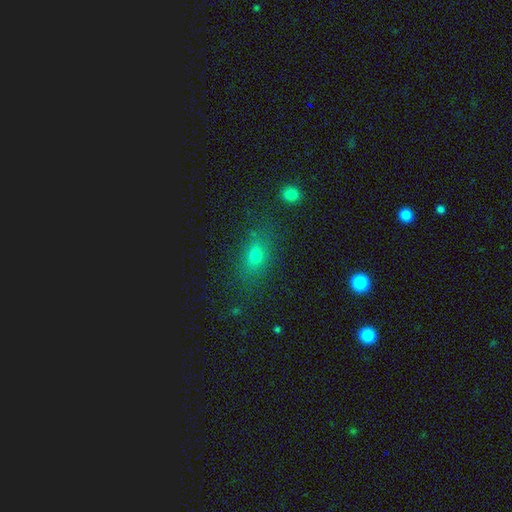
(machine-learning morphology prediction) The model was most divided on "how rounded": in between: 68%, round: 24%, cigar-shaped: 8%. More confident: merging — none (75%); smooth or featured — smooth (69%).